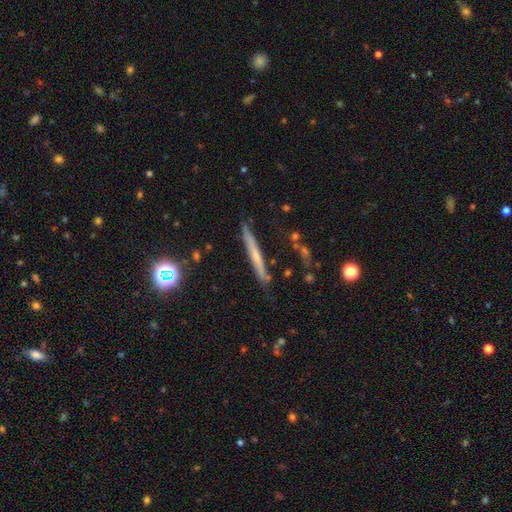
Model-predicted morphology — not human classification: Smooth or featured? featured or disk (50%)
Edge-on disk? yes (94%)
Merging? none (84%)